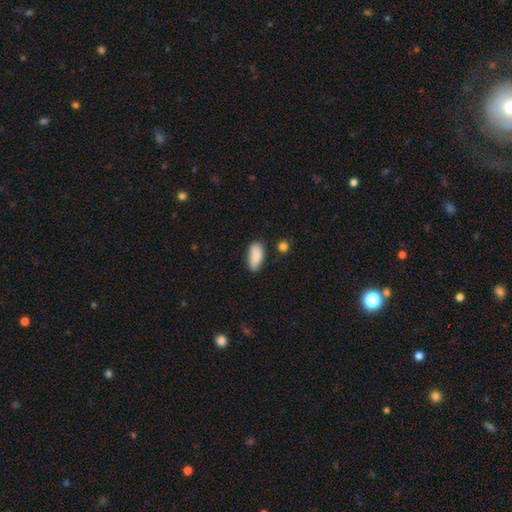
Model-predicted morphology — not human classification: The model was most divided on "merging": none: 72%, minor disturbance: 20%, major disturbance: 4%, merger: 4%. More confident: how rounded — in between (88%); smooth or featured — smooth (87%).